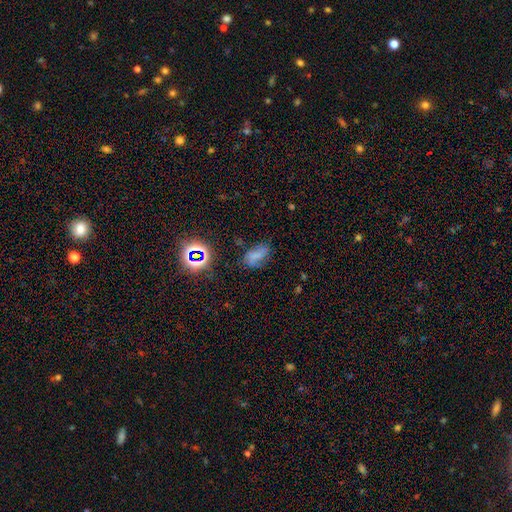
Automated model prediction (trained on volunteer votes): A smooth galaxy with no disk features (51%) that is in between round and cigar-shaped (86%). Merging: none (54%).